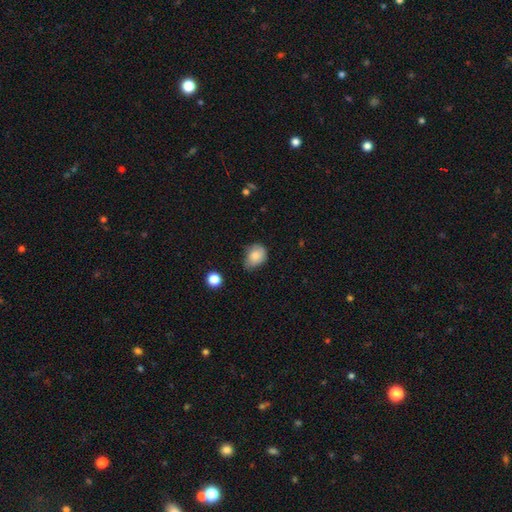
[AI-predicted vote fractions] This appears to be a smooth galaxy with no disk features (81%) that is in between round and cigar-shaped (60%). Merging: none (48%).